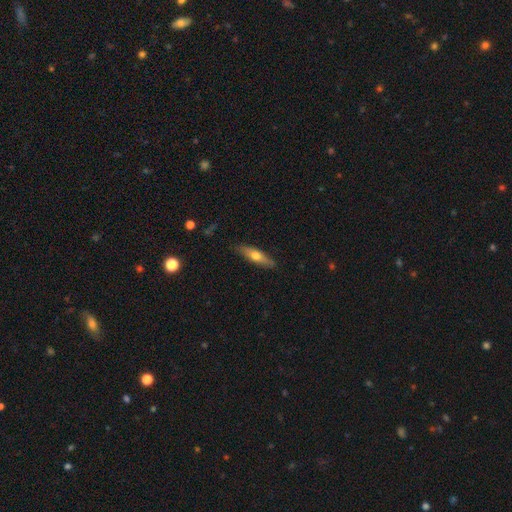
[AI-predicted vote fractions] Overall: smooth (54%; featured or disk 40%). How rounded: cigar-shaped (65%; in between 32%). Merging: none (86%).